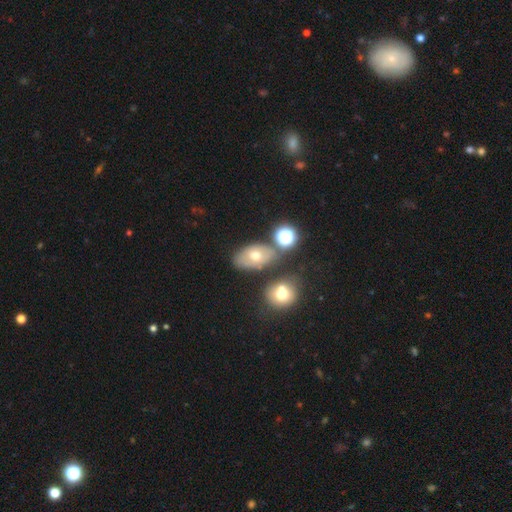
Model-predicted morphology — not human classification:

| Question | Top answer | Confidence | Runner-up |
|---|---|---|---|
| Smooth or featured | smooth | 53% | featured or disk (29%) |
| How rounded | in between | 82% | round (16%) |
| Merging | none | 69% | minor disturbance (14%) |